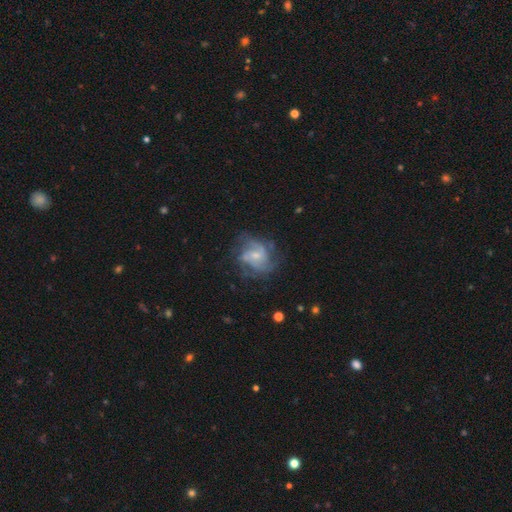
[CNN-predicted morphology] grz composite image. It shows a featured or disk galaxy (79%) with no bar (48%), 2 (31%) medium (47%) spiral arms (90%) and a small central bulge (58%). Merging: none (62%).